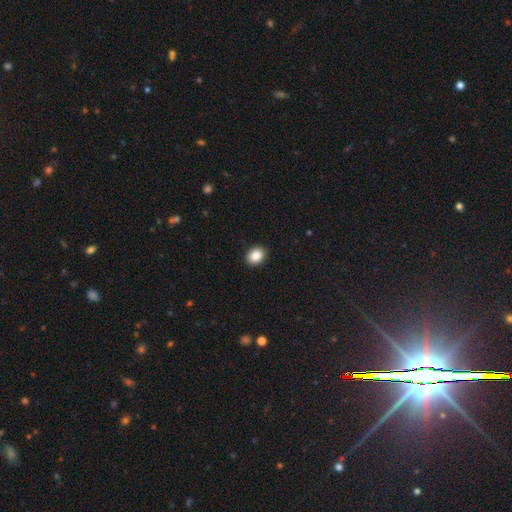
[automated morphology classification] Smooth or featured? Predicted: smooth (p=0.88). How rounded? Predicted: in between (p=0.60). Merging? Predicted: none (p=0.92).